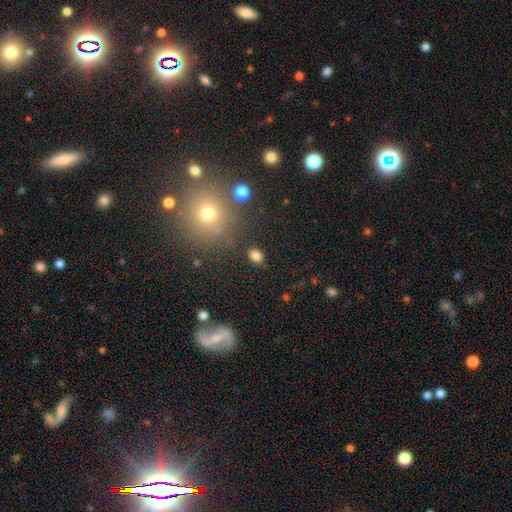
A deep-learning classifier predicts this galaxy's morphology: type=smooth (82%); roundness=in between (67%); merging=none (84%).